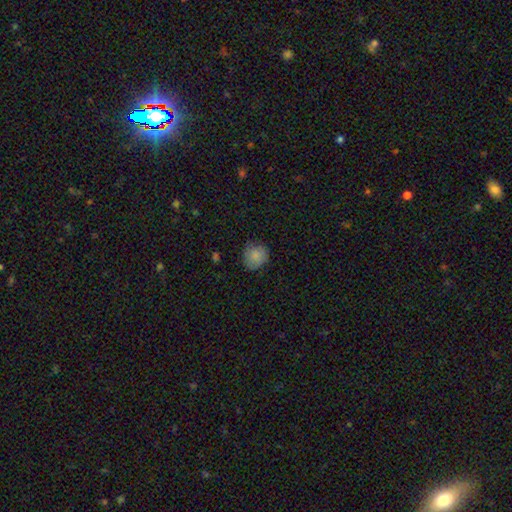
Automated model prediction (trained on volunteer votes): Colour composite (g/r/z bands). It shows a smooth galaxy with no disk features (83%) that is round (84%). Merging: none (76%).